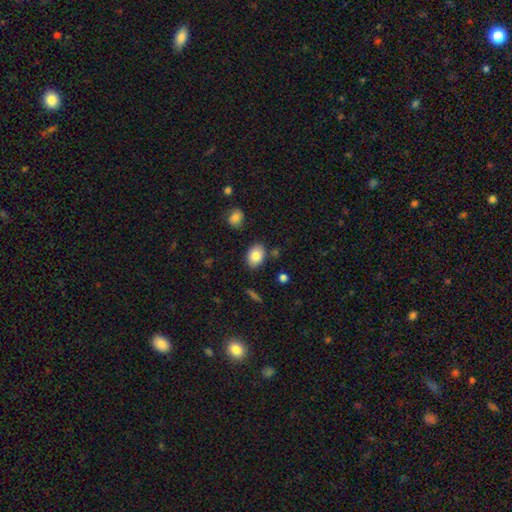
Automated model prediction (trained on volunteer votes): Smooth or featured? smooth (83%)
How rounded? in between (79%)
Merging? none (83%)